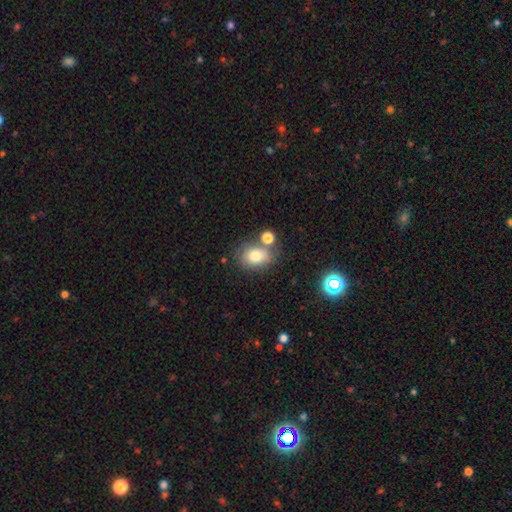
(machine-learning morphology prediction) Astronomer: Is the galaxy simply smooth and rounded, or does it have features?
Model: smooth — 77%.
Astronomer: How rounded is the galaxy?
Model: in between — 67%.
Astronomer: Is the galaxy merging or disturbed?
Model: none — 58%.